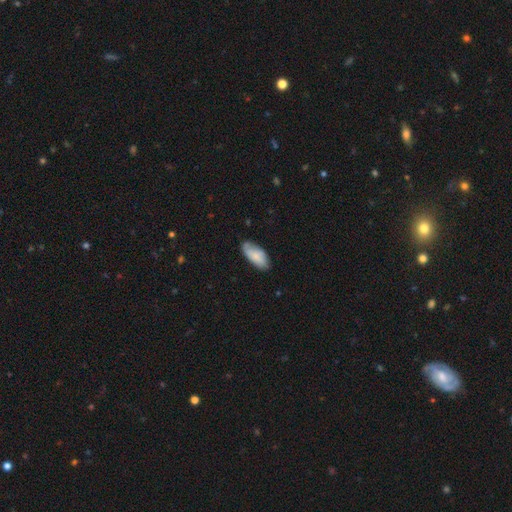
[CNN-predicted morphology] type=smooth (75%); roundness=in between (90%); merging=none (69%).